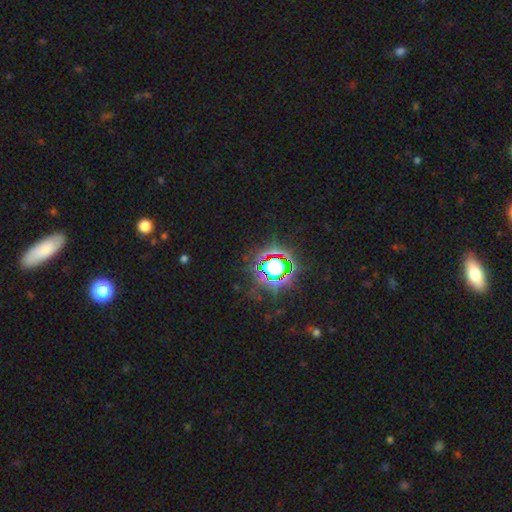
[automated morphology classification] Smooth or featured? Predicted: star or artifact (p=0.82).